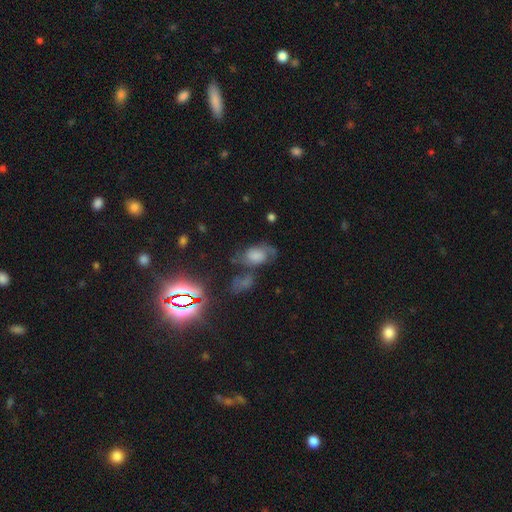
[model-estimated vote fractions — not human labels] A featured or disk galaxy (42%).

Vote fractions:
- Smooth or featured? featured or disk: 42% / smooth: 32% / star or artifact: 26%
- Merging? none: 48% / minor disturbance: 22% / major disturbance: 17% / merger: 13%